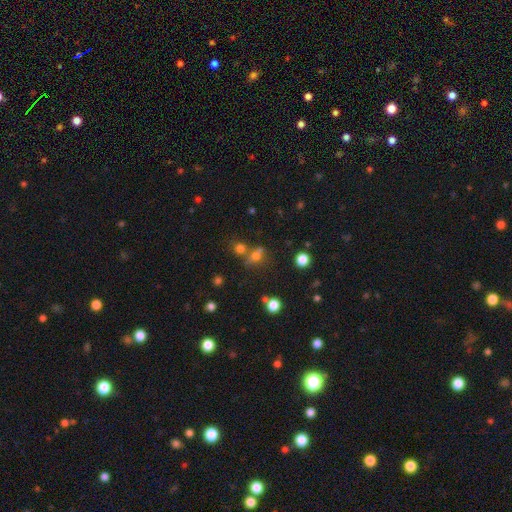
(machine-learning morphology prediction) Smooth or featured?
  - smooth: 63% *
  - star or artifact: 25%
  - featured or disk: 12%
How rounded?
  - round: 75% *
  - in between: 23%
  - cigar-shaped: 2%
Merging?
  - none: 49% *
  - merger: 36%
  - minor disturbance: 10%
  - major disturbance: 5%